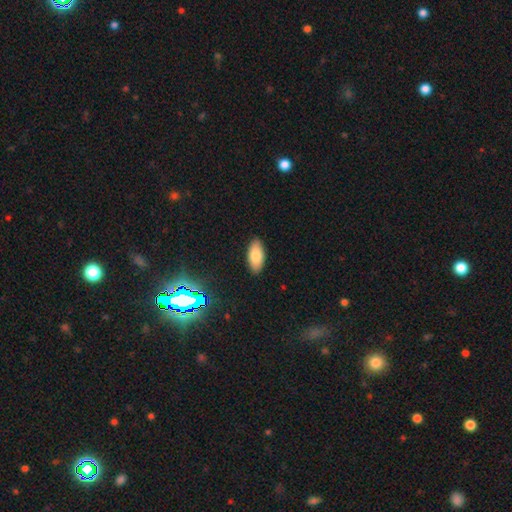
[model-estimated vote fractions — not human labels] Q: Smooth or featured?
A: smooth (81%); runner-up: featured or disk (11%)
Q: How rounded?
A: in between (90%); runner-up: cigar-shaped (8%)
Q: Merging?
A: none (89%); runner-up: minor disturbance (8%)